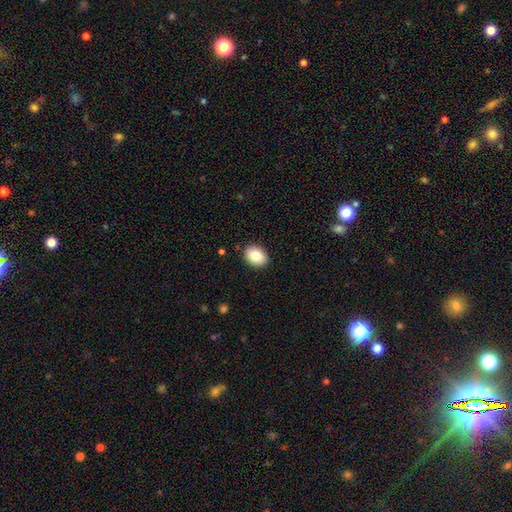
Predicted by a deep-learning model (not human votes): A smooth galaxy with no disk features (84%) that is in between round and cigar-shaped (69%). Merging: none (90%).